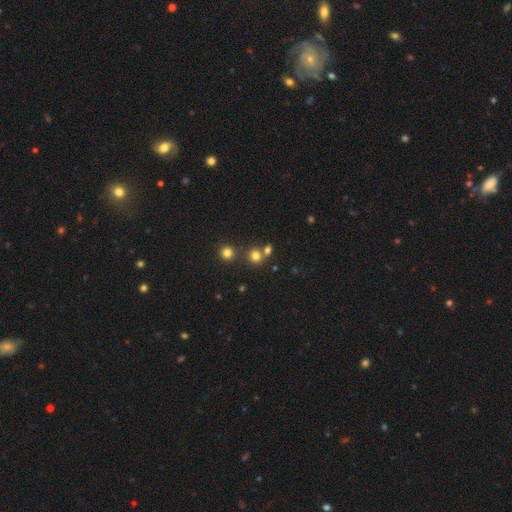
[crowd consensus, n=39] Smooth or featured?
  - smooth: 79% *
  - featured or disk: 10%
  - star or artifact: 10%
How rounded?
  - round: 94% *
  - in between: 6%
  - cigar-shaped: 0%
Merging?
  - merger: 43% *
  - none: 40%
  - minor disturbance: 11%
  - major disturbance: 6%